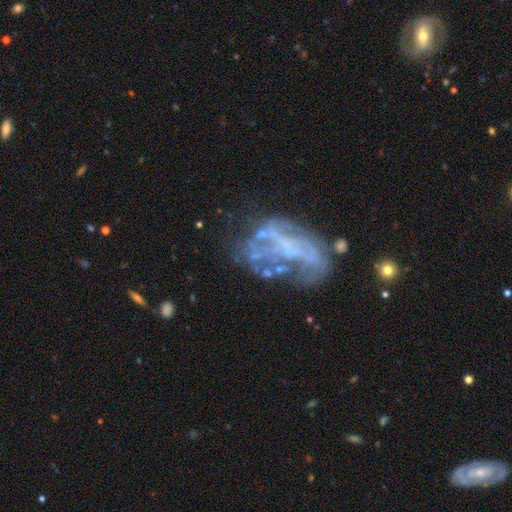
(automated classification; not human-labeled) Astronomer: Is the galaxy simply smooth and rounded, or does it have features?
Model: featured or disk — 71%.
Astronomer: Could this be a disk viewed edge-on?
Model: no — 98%.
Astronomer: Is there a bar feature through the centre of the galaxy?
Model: no — 73%.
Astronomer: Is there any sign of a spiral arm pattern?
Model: no — 71%.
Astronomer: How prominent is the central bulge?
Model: none — 69%.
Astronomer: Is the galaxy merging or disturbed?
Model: none — 38% (runner-up: major disturbance, 33%).